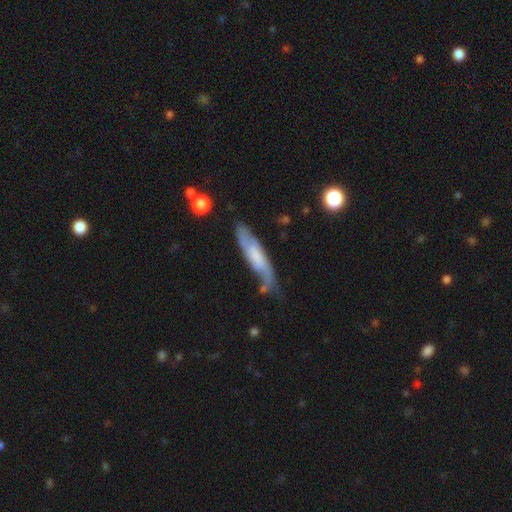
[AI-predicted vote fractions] Q: Smooth or featured?
A: featured or disk (62%); runner-up: smooth (32%)
Q: Edge-on disk?
A: no (62%); runner-up: yes (38%)
Q: Merging?
A: none (60%); runner-up: minor disturbance (27%)